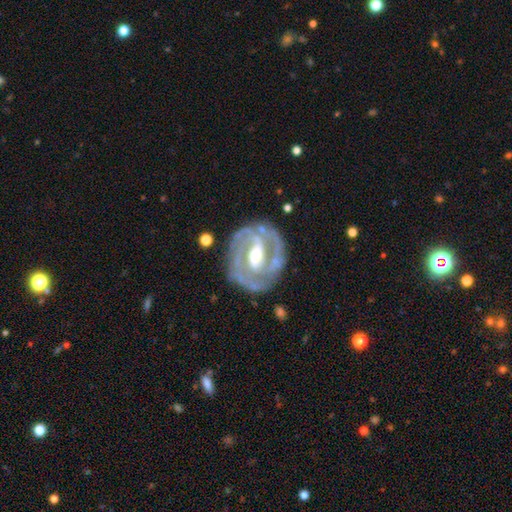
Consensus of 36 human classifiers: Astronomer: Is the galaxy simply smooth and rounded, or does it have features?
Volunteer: featured or disk — 92%.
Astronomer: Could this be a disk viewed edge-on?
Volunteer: no — 97%.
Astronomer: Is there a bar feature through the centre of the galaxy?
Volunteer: strong — 47% (runner-up: weak, 41%).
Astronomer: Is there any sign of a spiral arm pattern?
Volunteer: yes — 94%.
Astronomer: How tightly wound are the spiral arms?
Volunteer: tight — 73%.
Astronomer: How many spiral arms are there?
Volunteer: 2 — 67%.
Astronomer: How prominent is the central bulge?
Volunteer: moderate — 69%.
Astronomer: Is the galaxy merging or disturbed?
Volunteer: none — 82%.